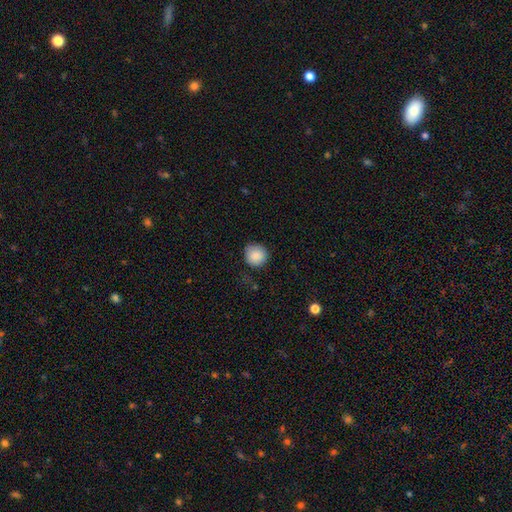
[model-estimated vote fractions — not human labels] Smooth or featured? smooth (89%)
How rounded? round (92%)
Merging? none (81%)